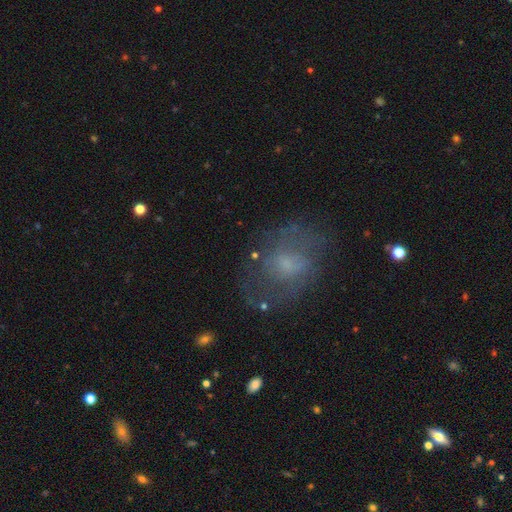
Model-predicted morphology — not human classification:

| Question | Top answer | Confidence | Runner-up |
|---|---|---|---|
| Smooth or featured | featured or disk | 46% | smooth (39%) |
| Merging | none | 54% | major disturbance (22%) |